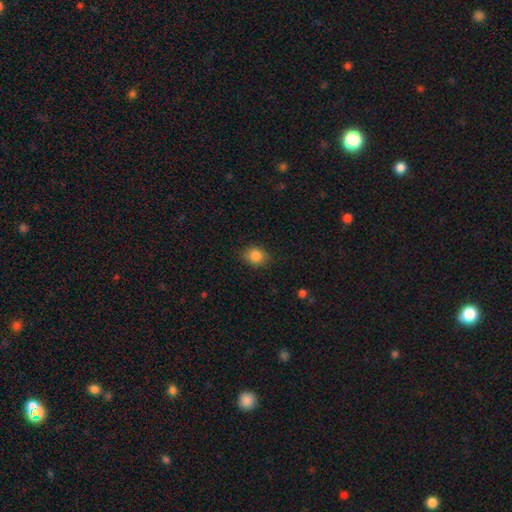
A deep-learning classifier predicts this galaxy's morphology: The model was most divided on "how rounded": round: 52%, in between: 47%, cigar-shaped: 1%. More confident: smooth or featured — smooth (86%); merging — none (83%).